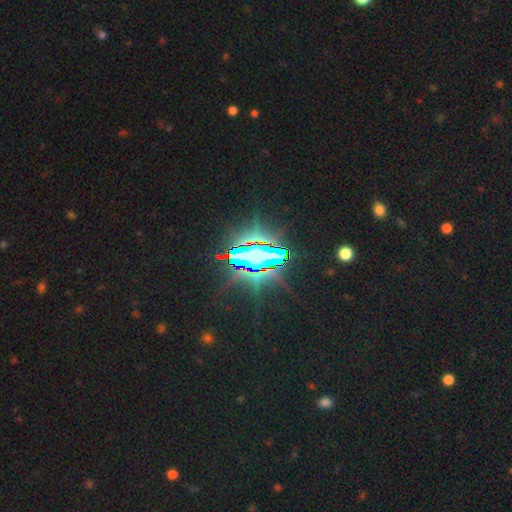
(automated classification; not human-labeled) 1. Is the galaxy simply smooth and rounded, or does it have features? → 76% star or artifact, 12% featured or disk, 12% smooth.